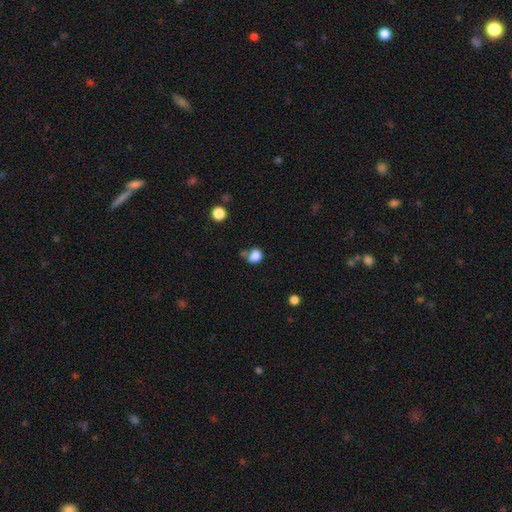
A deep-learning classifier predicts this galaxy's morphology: Smooth or featured? Predicted: smooth (p=0.84). How rounded? Predicted: round (p=0.52). Merging? Predicted: none (p=0.54).